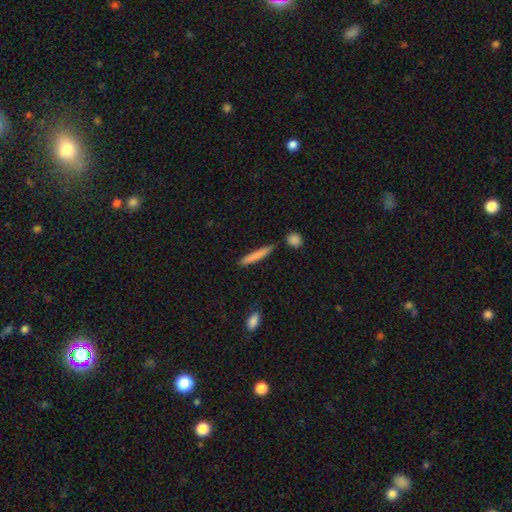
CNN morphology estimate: Smooth or featured?
  - smooth: 78% *
  - featured or disk: 16%
  - star or artifact: 6%
How rounded?
  - cigar-shaped: 93% *
  - in between: 5%
  - round: 2%
Merging?
  - none: 82% *
  - minor disturbance: 11%
  - merger: 4%
  - major disturbance: 2%